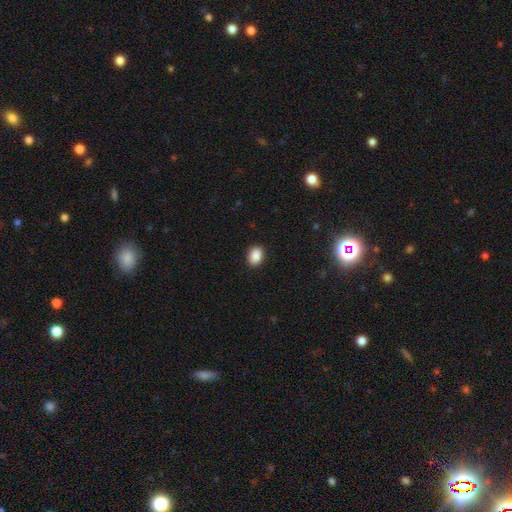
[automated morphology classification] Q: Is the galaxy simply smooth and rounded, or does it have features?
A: smooth — 89%.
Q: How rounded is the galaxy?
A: in between — 73%.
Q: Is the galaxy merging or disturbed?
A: none — 90%.